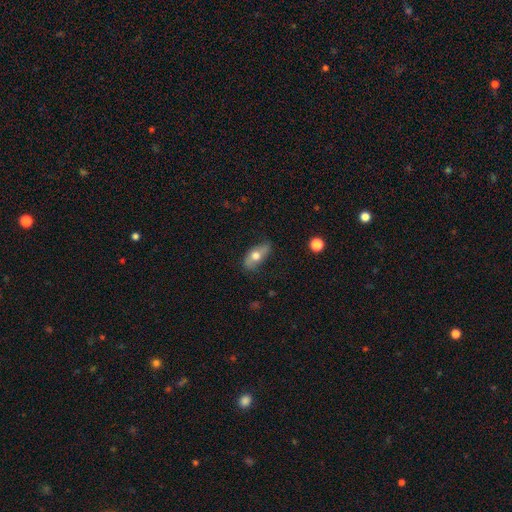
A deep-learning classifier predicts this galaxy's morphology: smooth 60%, featured or disk 33%, star or artifact 7%. Down the decision tree: how rounded — in between (81%); merging — none (71%).